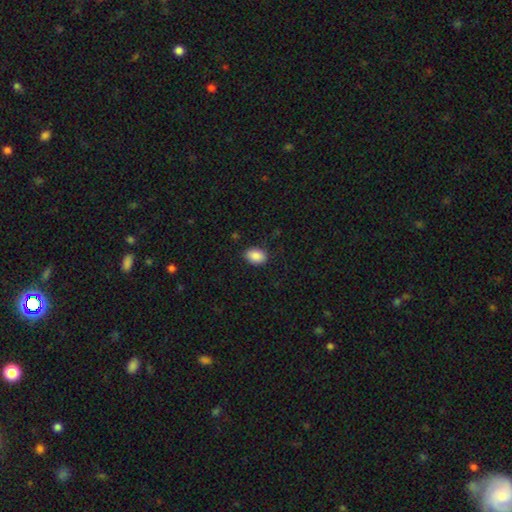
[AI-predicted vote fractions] A smooth galaxy with no disk features (89%) that is in between round and cigar-shaped (83%). Merging: none (85%).